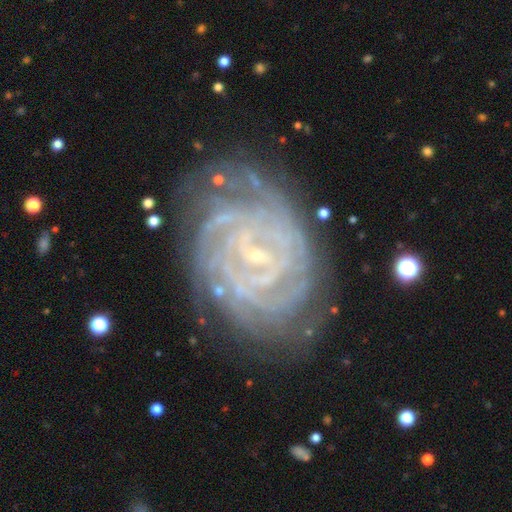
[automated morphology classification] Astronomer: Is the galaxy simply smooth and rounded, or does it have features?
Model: featured or disk — 89%.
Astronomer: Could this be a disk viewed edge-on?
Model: no — 97%.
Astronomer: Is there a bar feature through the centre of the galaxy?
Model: weak — 45% (runner-up: no, 31%).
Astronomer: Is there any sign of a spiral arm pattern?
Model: yes — 97%.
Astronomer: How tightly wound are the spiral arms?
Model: tight — 82%.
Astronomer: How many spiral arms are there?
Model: can't tell — 26% (runner-up: 4, 21%).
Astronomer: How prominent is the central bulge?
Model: small — 83%.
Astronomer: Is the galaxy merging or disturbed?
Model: none — 74%.